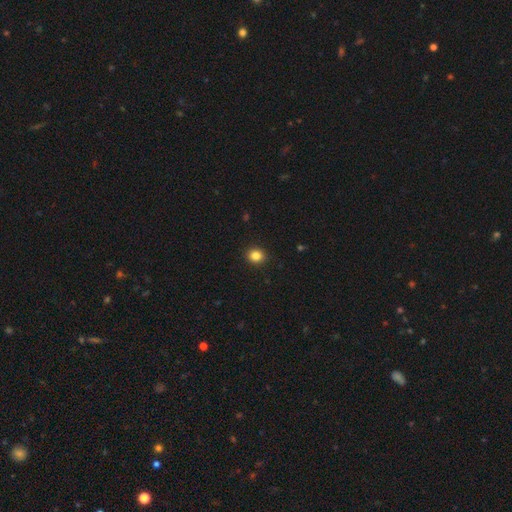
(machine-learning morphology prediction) This is clearly a smooth galaxy (84%). How rounded: likely round (79%). Merging: clearly none (92%).